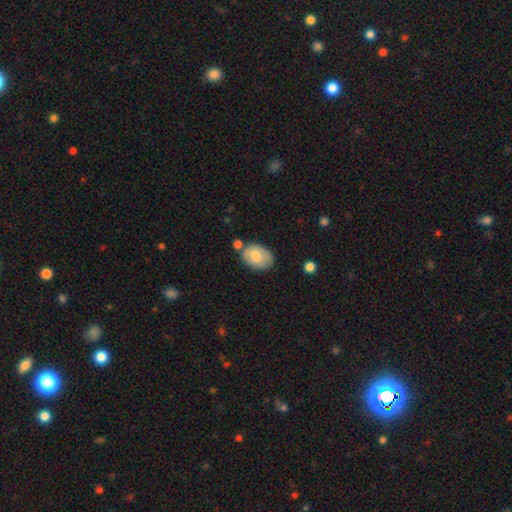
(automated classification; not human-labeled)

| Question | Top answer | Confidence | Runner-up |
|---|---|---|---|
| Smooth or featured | smooth | 72% | featured or disk (21%) |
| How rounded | in between | 81% | round (18%) |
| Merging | none | 65% | minor disturbance (21%) |